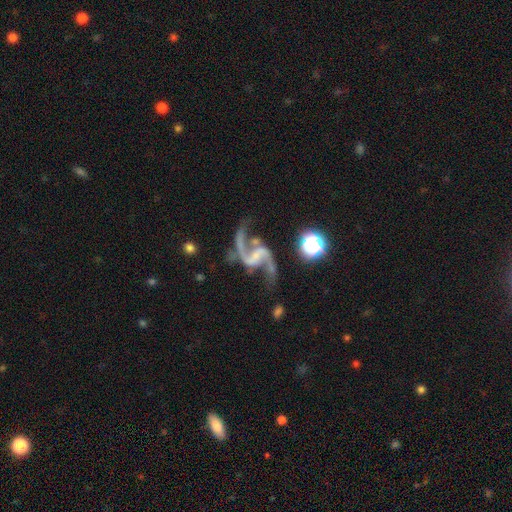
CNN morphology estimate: Smooth or featured?
  - featured or disk: 90% *
  - star or artifact: 7%
  - smooth: 3%
Edge-on disk?
  - no: 98% *
  - yes: 2%
Bar?
  - weak: 41% *
  - strong: 32%
  - no: 27%
Spiral arms?
  - yes: 97% *
  - no: 3%
Spiral winding?
  - loose: 81% *
  - medium: 15%
  - tight: 3%
Spiral arm count?
  - 2: 93% *
  - 1: 2%
  - can't tell: 1%
  - 3: 1%
  - 4: 1%
  - more than 4: 1%
Bulge size?
  - none: 45% *
  - small: 43%
  - moderate: 9%
  - large: 2%
  - dominant: 1%
Merging?
  - none: 60% *
  - minor disturbance: 18%
  - major disturbance: 16%
  - merger: 6%